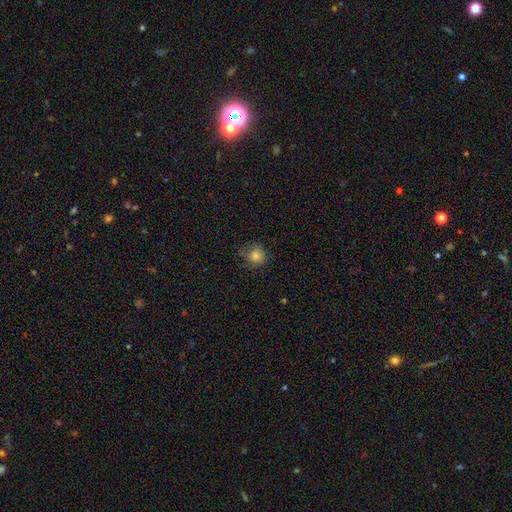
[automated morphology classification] smooth 76%, star or artifact 13%, featured or disk 11%. Down the decision tree: how rounded — round (81%); merging — none (59%).